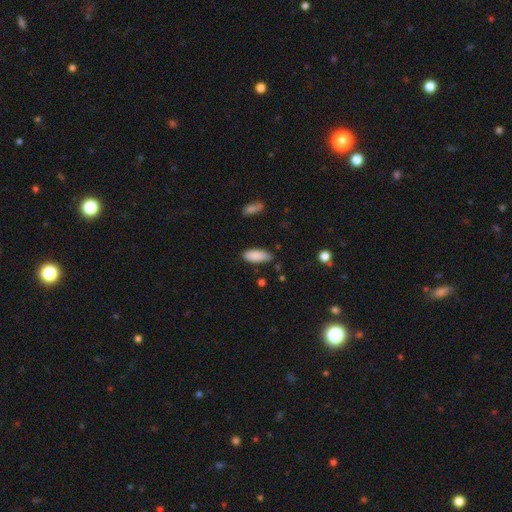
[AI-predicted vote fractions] Smooth or featured: smooth — 87% (star or artifact — 7%)
How rounded: in between — 83% (cigar-shaped — 15%)
Merging: none — 72% (minor disturbance — 22%)